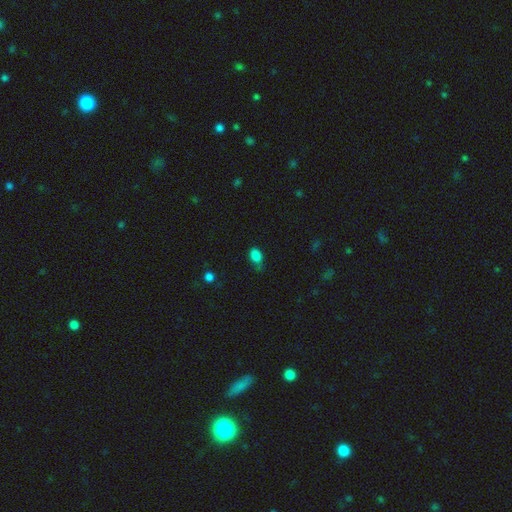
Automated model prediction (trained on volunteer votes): A smooth galaxy with no disk features (84%) that is in between round and cigar-shaped (82%).

Vote fractions:
- Smooth or featured? smooth: 84% / star or artifact: 11% / featured or disk: 5%
- How rounded? in between: 82% / round: 16% / cigar-shaped: 2%
- Merging? none: 51% / minor disturbance: 36% / major disturbance: 10% / merger: 3%